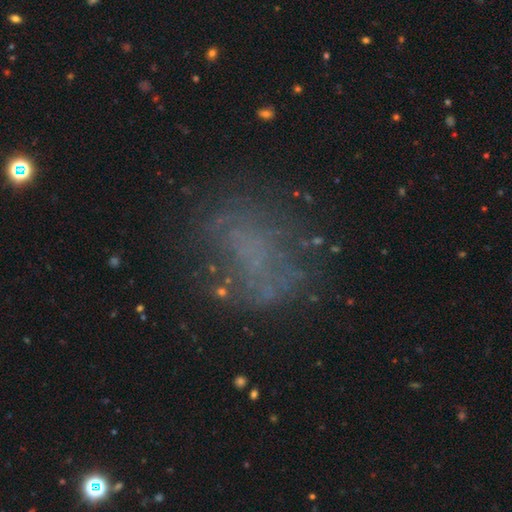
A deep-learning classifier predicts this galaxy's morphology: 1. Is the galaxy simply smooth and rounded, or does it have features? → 40% featured or disk, 34% smooth, 26% star or artifact.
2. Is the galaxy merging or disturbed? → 58% none, 21% major disturbance, 18% minor disturbance, 4% merger.